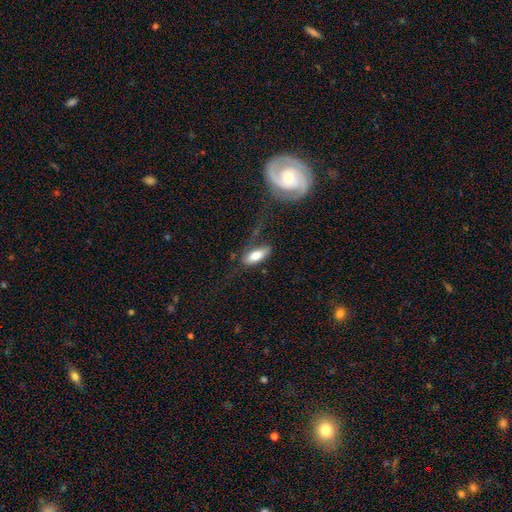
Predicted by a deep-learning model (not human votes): The model was most divided on "merging": none: 54%, minor disturbance: 23%, major disturbance: 17%, merger: 6%. More confident: how rounded — in between (79%); smooth or featured — smooth (77%).